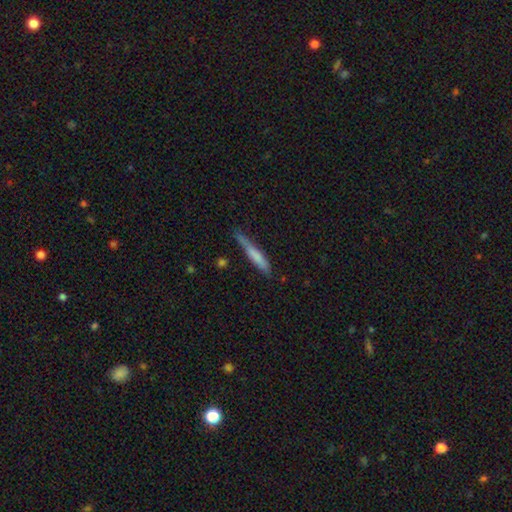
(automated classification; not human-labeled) This is likely a smooth galaxy (67%). How rounded: clearly cigar-shaped (92%). Merging: likely none (63%).